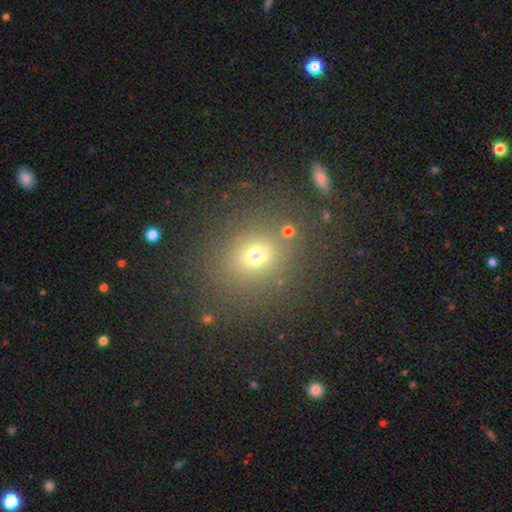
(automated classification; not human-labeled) Morphology: type=smooth (68%); roundness=round (66%); merging=none (81%).